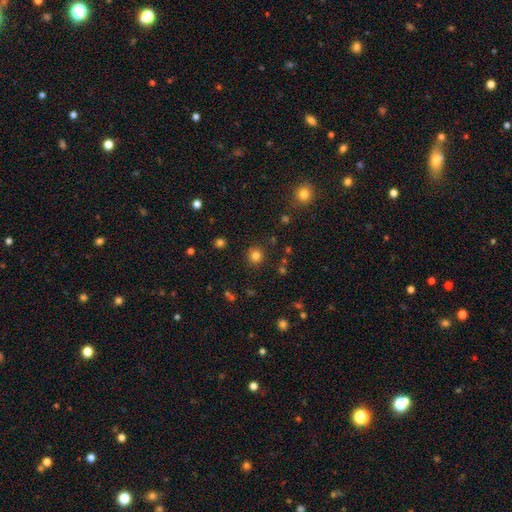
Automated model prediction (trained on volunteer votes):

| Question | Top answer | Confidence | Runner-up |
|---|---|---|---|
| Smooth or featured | smooth | 81% | star or artifact (14%) |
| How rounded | round | 93% | in between (6%) |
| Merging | none | 90% | minor disturbance (6%) |